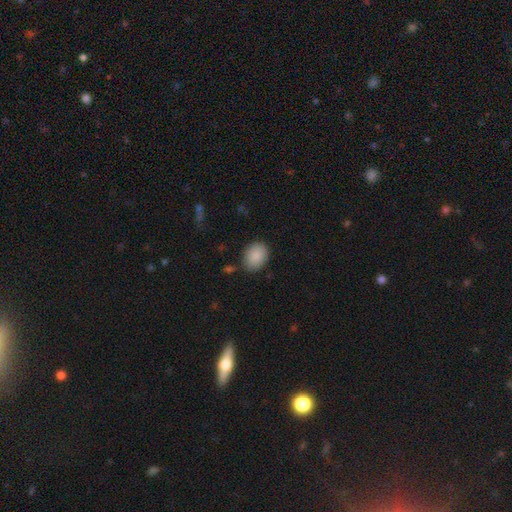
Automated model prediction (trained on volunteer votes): Smooth or featured?
  - smooth: 89% *
  - star or artifact: 7%
  - featured or disk: 4%
How rounded?
  - in between: 68% *
  - round: 31%
  - cigar-shaped: 1%
Merging?
  - none: 81% *
  - minor disturbance: 13%
  - major disturbance: 3%
  - merger: 2%